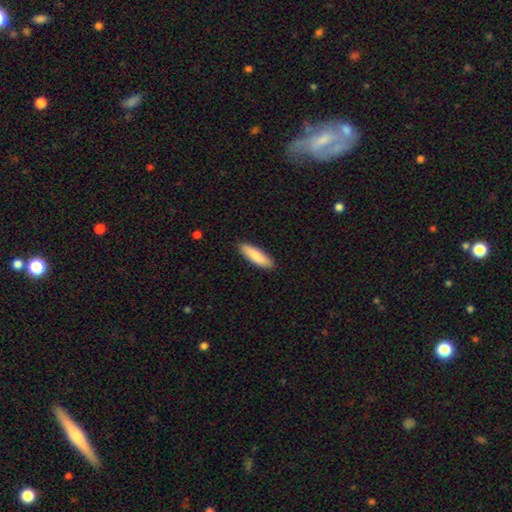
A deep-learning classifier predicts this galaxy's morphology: Q: Smooth or featured?
A: smooth (85%); runner-up: featured or disk (10%)
Q: How rounded?
A: cigar-shaped (65%); runner-up: in between (34%)
Q: Merging?
A: none (90%); runner-up: minor disturbance (8%)